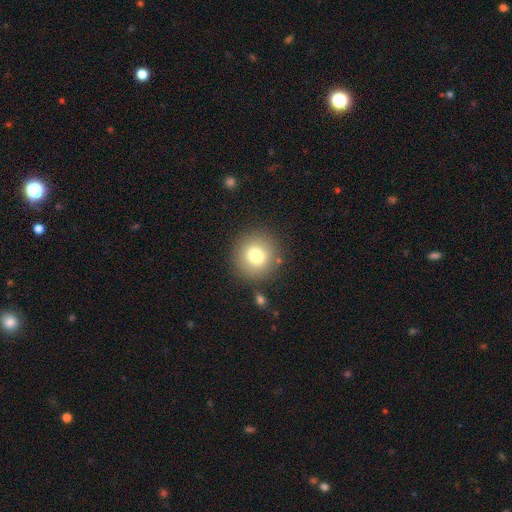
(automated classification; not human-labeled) Q: Smooth or featured?
A: smooth (78%); runner-up: featured or disk (12%)
Q: How rounded?
A: round (91%); runner-up: in between (8%)
Q: Merging?
A: none (86%); runner-up: minor disturbance (8%)